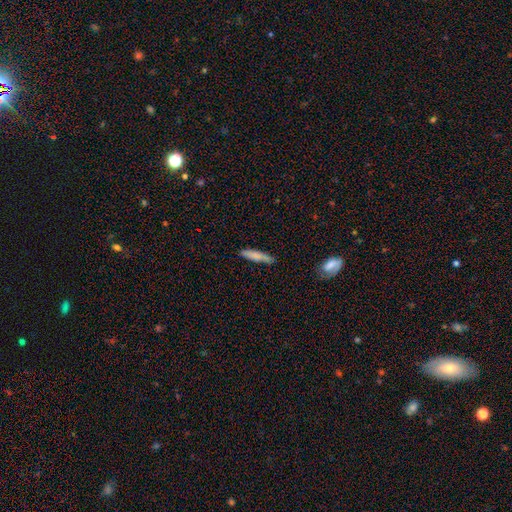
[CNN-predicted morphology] This is likely a smooth galaxy (77%). How rounded: clearly cigar-shaped (83%). Merging: likely none (72%).